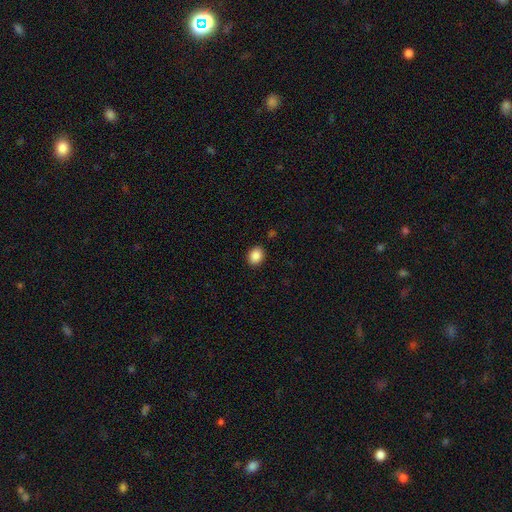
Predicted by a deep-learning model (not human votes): A smooth galaxy with no disk features (88%) that is round (50%).

Vote fractions:
- Smooth or featured? smooth: 88% / star or artifact: 9% / featured or disk: 3%
- How rounded? round: 50% / in between: 49% / cigar-shaped: 1%
- Merging? none: 90% / minor disturbance: 7% / major disturbance: 2% / merger: 1%